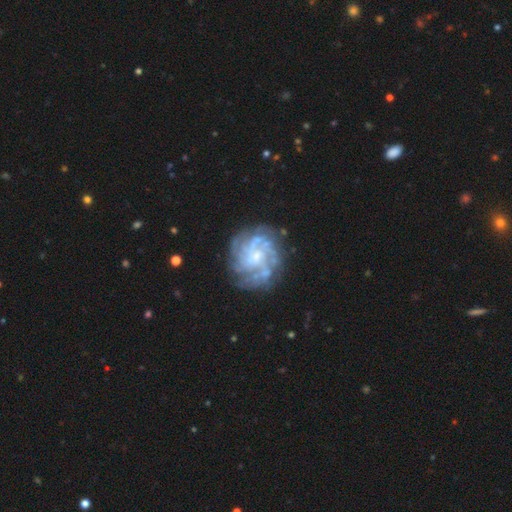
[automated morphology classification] This is clearly a featured or disk galaxy (83%). It is clearly not viewed edge-on (98%). Bar: likely no (64%). Spiral arm pattern: clearly yes (92%). Spiral arm count: marginally can't tell (33%). Spiral winding: possibly tight (59%). Central bulge: possibly small (54%). Merging: likely none (75%).